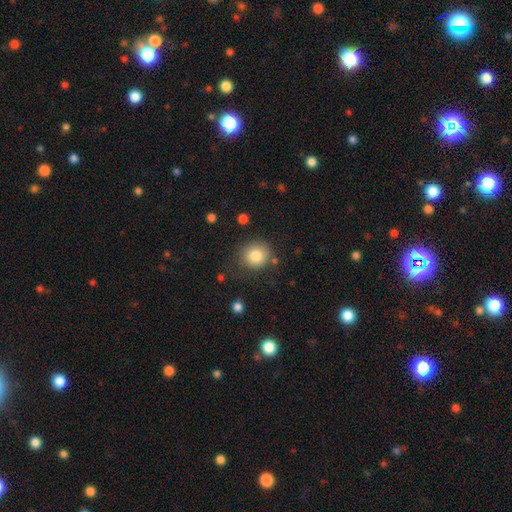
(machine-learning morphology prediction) type=smooth (82%); roundness=round (87%); merging=none (79%).